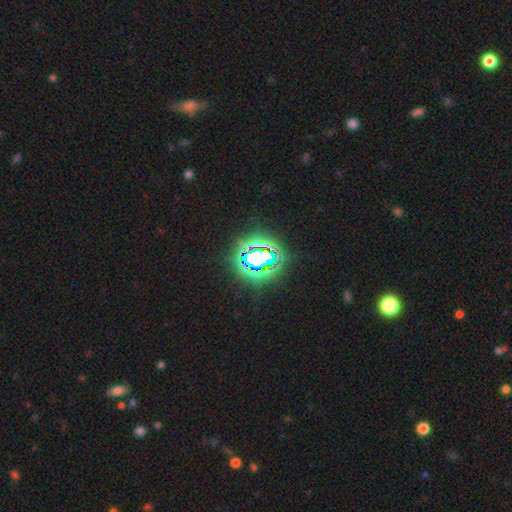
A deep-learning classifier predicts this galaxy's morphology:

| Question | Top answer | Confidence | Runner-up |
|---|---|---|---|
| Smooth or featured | star or artifact | 79% | smooth (14%) |